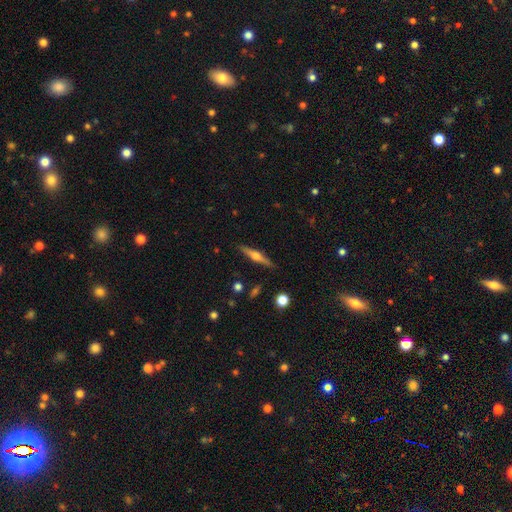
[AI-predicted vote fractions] Q: Smooth or featured?
A: featured or disk (70%); runner-up: smooth (23%)
Q: Edge-on disk?
A: yes (98%); runner-up: no (2%)
Q: Edge-on bulge?
A: rounded (90%); runner-up: boxy (7%)
Q: Merging?
A: none (89%); runner-up: minor disturbance (7%)